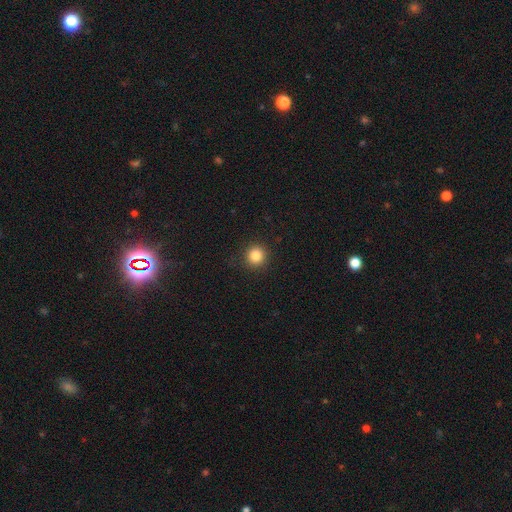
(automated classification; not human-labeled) Smooth or featured: smooth — 84% (star or artifact — 11%)
How rounded: round — 94% (in between — 5%)
Merging: none — 91% (minor disturbance — 6%)